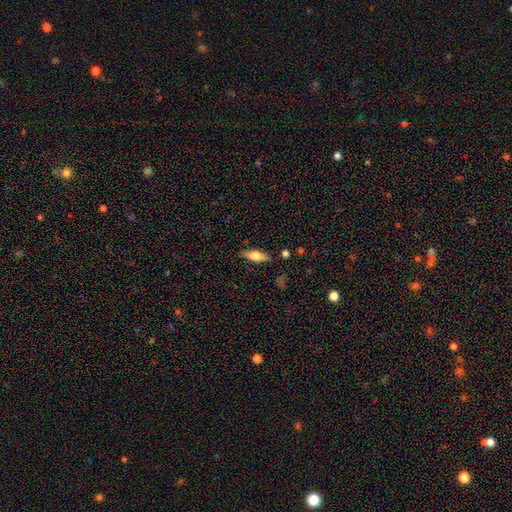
Smooth or featured: smooth — 69% (featured or disk — 28%)
How rounded: in between — 70% (cigar-shaped — 30%)
Merging: none — 76% (minor disturbance — 18%)